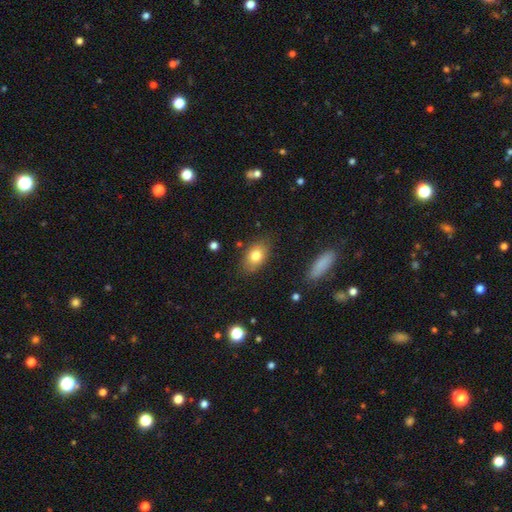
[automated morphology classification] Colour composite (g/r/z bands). It shows a smooth galaxy with no disk features (78%) that is in between round and cigar-shaped (81%). Merging: none (80%).